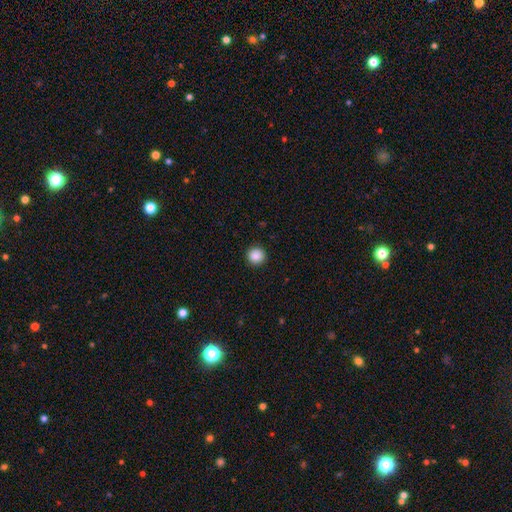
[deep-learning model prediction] Smooth or featured? Predicted: smooth (p=0.88). How rounded? Predicted: round (p=0.95). Merging? Predicted: none (p=0.93).